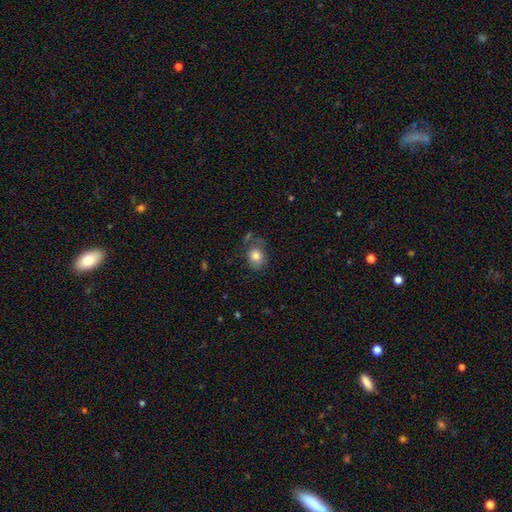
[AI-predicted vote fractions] Overall: smooth (81%). How rounded: round (51%; in between 48%). Merging: none (62%).